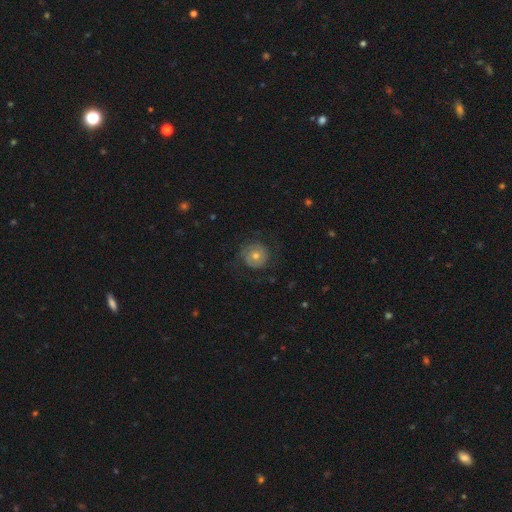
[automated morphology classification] Overall: featured or disk (51%; smooth 41%). Edge-on disk: no (97%). Merging: none (71%).